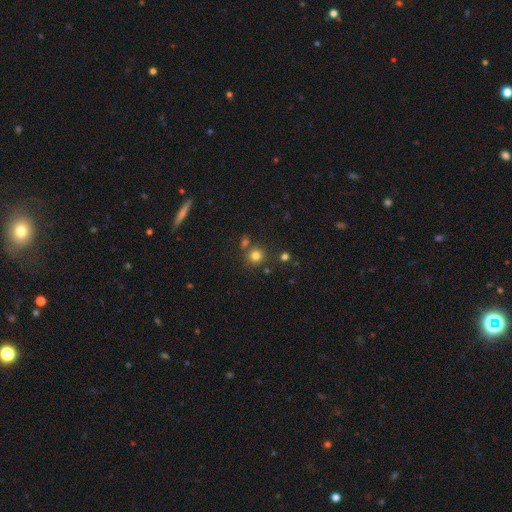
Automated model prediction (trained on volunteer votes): A smooth galaxy with no disk features (77%) that is round (92%). Merging: none (75%).